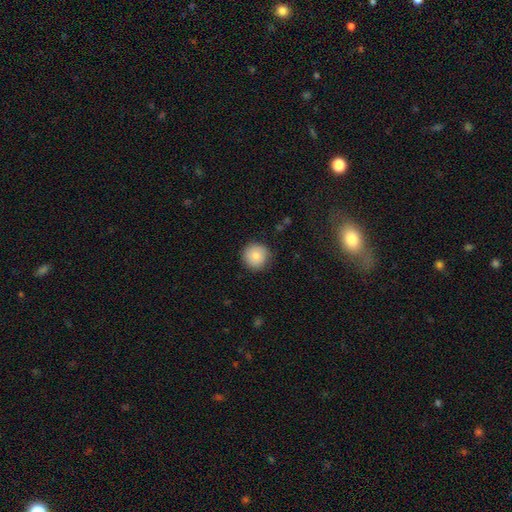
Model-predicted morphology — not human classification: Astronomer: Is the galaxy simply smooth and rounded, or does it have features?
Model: smooth — 82%.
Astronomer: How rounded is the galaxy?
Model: round — 95%.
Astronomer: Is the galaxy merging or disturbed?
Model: none — 85%.